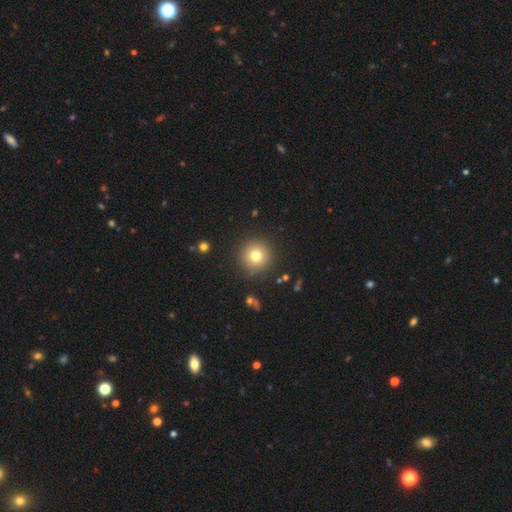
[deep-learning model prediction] Q: Smooth or featured?
A: smooth (76%); runner-up: star or artifact (14%)
Q: How rounded?
A: round (96%); runner-up: in between (4%)
Q: Merging?
A: none (90%); runner-up: minor disturbance (6%)